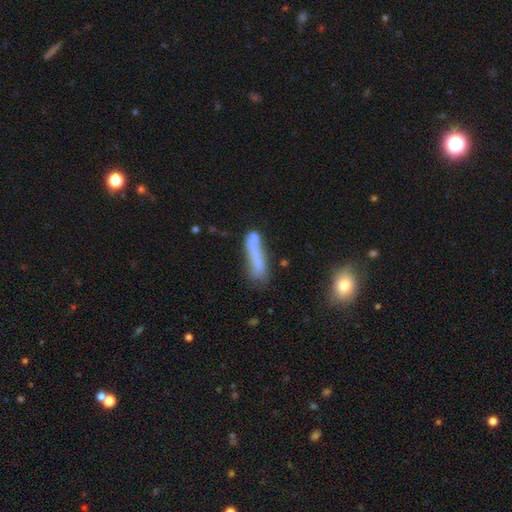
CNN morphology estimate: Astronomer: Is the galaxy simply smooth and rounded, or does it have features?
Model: smooth — 67%.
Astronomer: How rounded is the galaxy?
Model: cigar-shaped — 82%.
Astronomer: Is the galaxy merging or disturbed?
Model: none — 45% (runner-up: minor disturbance, 24%).